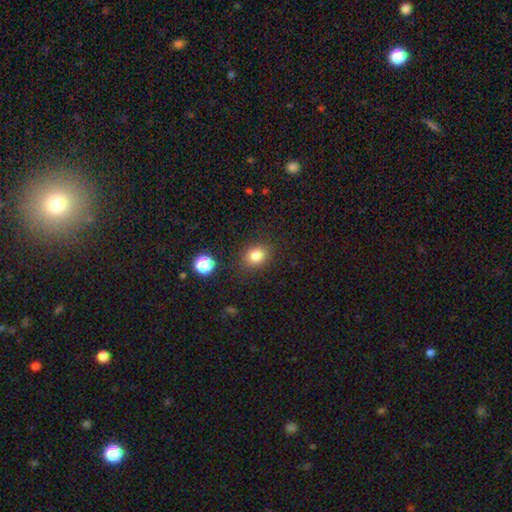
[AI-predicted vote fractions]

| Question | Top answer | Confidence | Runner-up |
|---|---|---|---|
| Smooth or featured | smooth | 81% | star or artifact (13%) |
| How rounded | round | 60% | in between (39%) |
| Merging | none | 84% | minor disturbance (10%) |